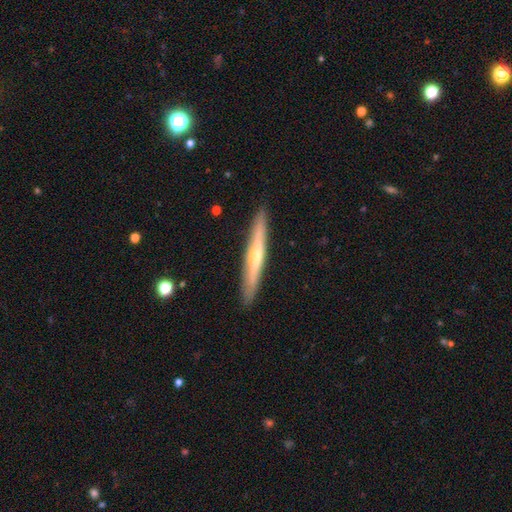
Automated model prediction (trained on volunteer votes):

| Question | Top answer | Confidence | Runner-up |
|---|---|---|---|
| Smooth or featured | featured or disk | 65% | smooth (30%) |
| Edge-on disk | yes | 94% | no (6%) |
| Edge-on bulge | rounded | 76% | none (21%) |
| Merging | none | 91% | minor disturbance (7%) |